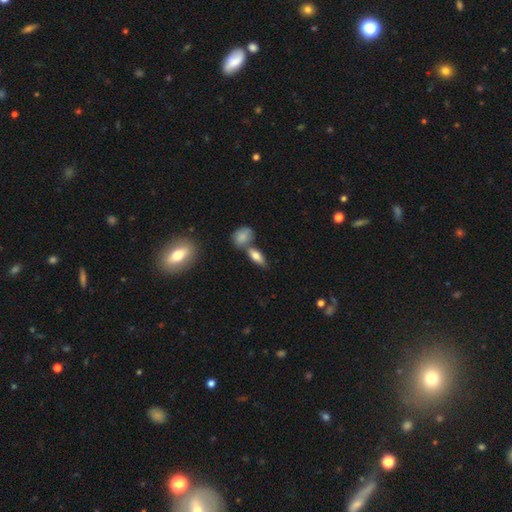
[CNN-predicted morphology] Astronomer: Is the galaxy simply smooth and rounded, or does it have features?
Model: smooth — 70%.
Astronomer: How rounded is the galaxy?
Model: in between — 69%.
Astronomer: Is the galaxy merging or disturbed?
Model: none — 58%.